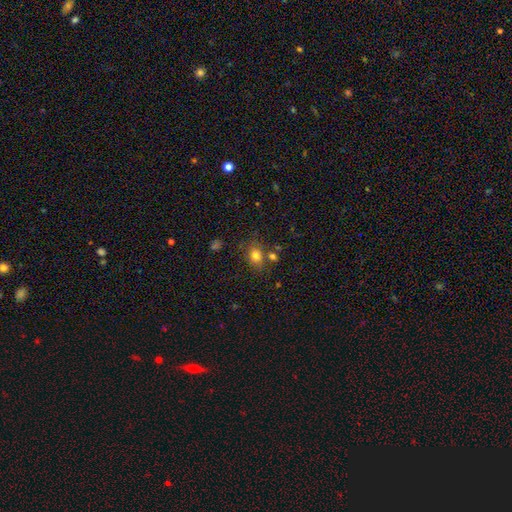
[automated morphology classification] Smooth or featured: smooth — 79% (star or artifact — 12%)
How rounded: in between — 53% (round — 46%)
Merging: none — 69% (minor disturbance — 14%)